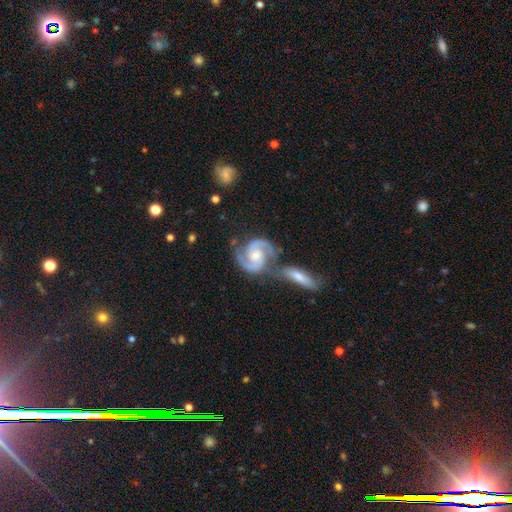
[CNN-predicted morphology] featured or disk 91%, smooth 5%, star or artifact 4%. Down the decision tree: edge-on disk — no (98%); bar — no (53%); spiral arms — yes (98%); spiral arm count — 2 (93%); spiral winding — medium (57%); bulge size — moderate (53%); merging — none (42%).